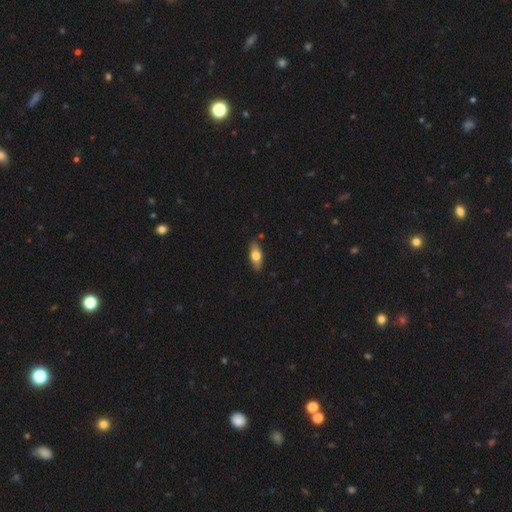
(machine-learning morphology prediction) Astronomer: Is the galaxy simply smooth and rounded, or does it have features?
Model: smooth — 71%.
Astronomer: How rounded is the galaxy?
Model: in between — 79%.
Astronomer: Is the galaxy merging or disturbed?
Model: none — 87%.